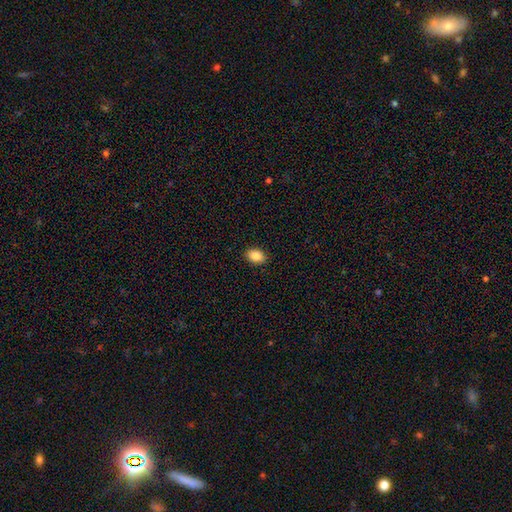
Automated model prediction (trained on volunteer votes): smooth-or-featured: smooth: 87% | star or artifact: 8% | featured or disk: 5%
  how-rounded: in between: 80% | round: 19% | cigar-shaped: 1%
  merging: none: 90% | minor disturbance: 7% | major disturbance: 2% | merger: 1%